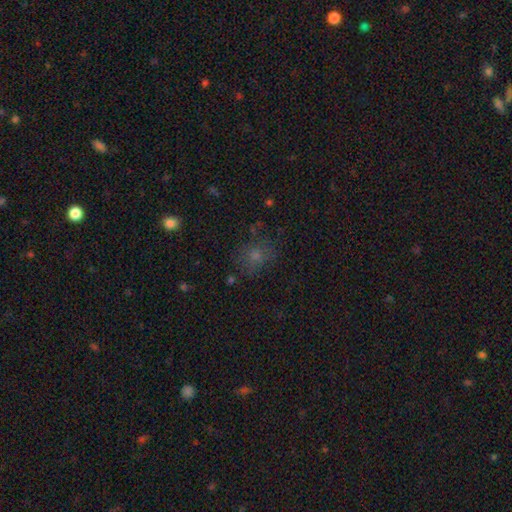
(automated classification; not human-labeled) A smooth galaxy with no disk features (65%) that is round (67%). Merging: none (72%).